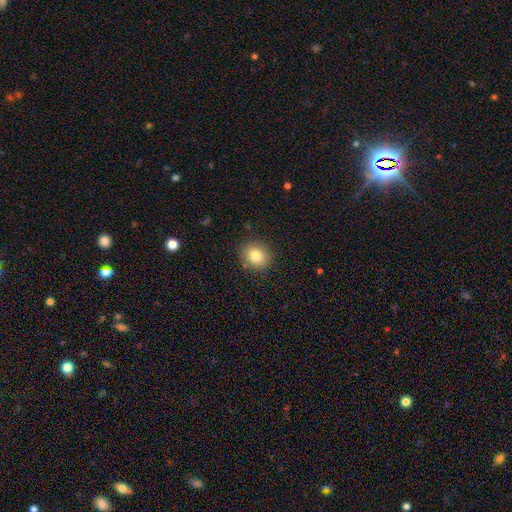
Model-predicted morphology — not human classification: smooth 83%, star or artifact 10%, featured or disk 7%. Down the decision tree: how rounded — round (76%); merging — none (87%).